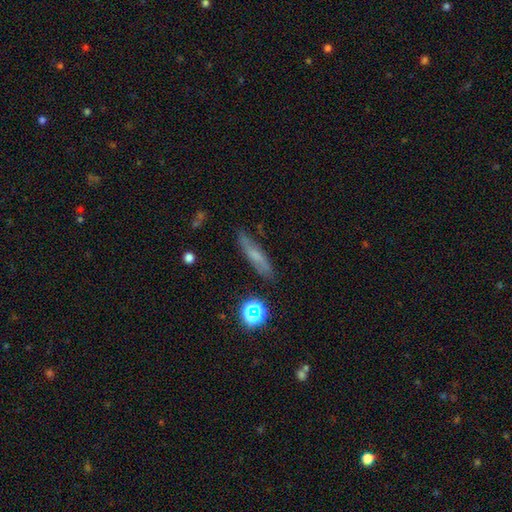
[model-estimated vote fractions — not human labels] smooth_or_featured: smooth (p=0.52) [alt: featured or disk p=0.34]
how_rounded: cigar-shaped (p=0.77) [alt: in between p=0.18]
merging: none (p=0.77) [alt: minor disturbance p=0.16]